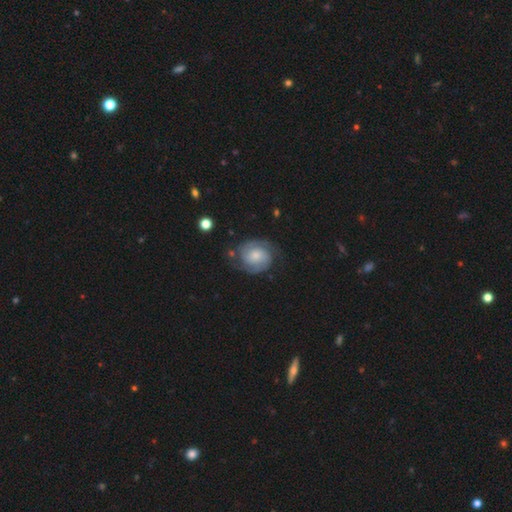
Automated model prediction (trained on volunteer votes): Smooth or featured? featured or disk (81%)
Edge-on disk? no (98%)
Bar? no (67%)
Spiral arms? yes (96%)
Spiral winding? tight (52%)
Spiral arm count? 2 (85%)
Bulge size? small (51%)
Merging? none (73%)